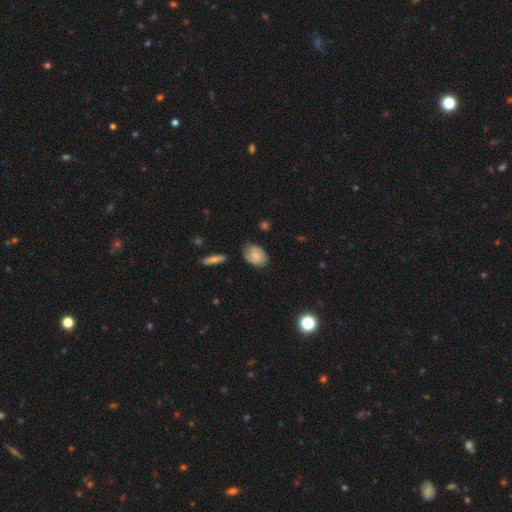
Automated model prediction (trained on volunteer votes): This is possibly a smooth galaxy (50%). Merging: likely none (73%).